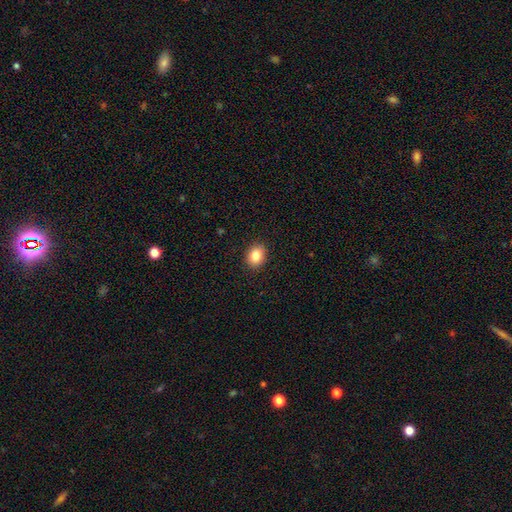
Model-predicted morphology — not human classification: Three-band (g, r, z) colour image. It shows a smooth galaxy with no disk features (85%) that is in between round and cigar-shaped (59%). Merging: none (90%).